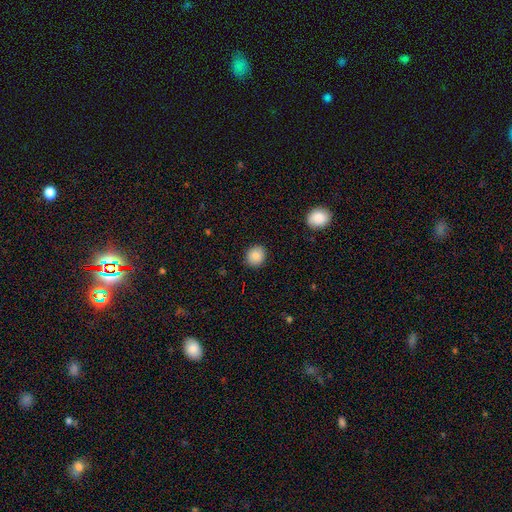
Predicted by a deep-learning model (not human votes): This appears to be a smooth galaxy with no disk features (87%) that is round (78%). Merging: none (90%).